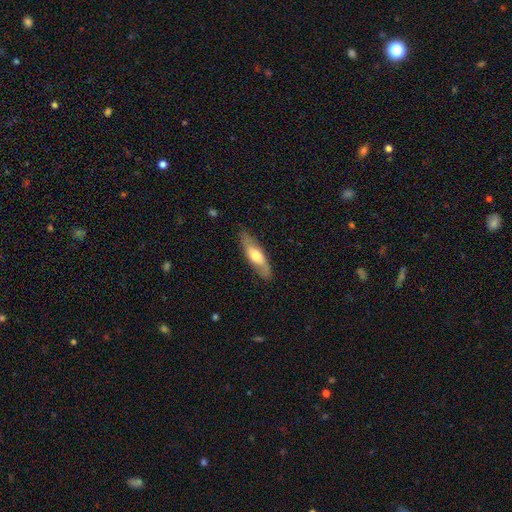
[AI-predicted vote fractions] This is possibly a smooth galaxy (54%). How rounded: possibly cigar-shaped (49%). Merging: clearly none (83%).